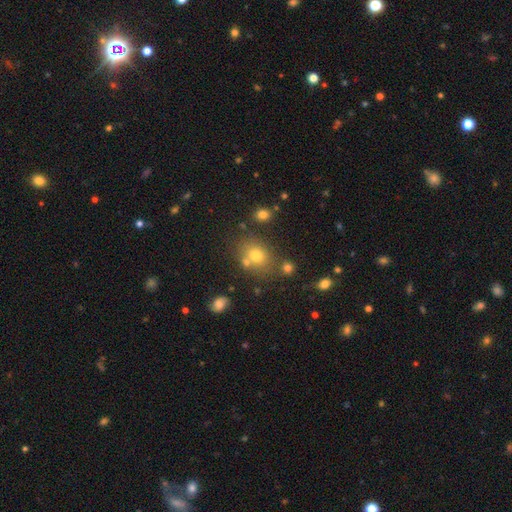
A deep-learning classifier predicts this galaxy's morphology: This is likely a smooth galaxy (71%). How rounded: possibly round (56%). Merging: likely none (65%).